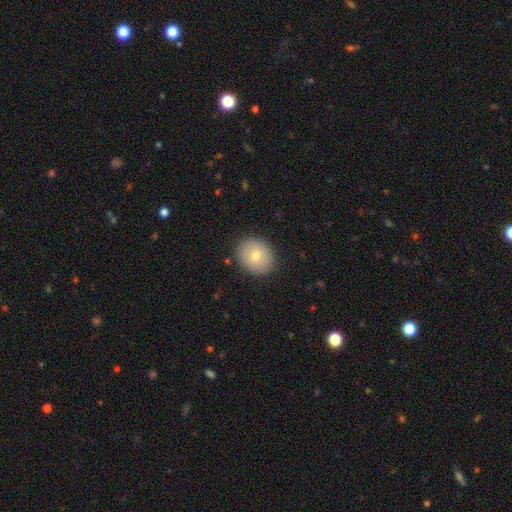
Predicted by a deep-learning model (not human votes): This appears to be a smooth galaxy with no disk features (74%) that is round (64%). Merging: none (89%).